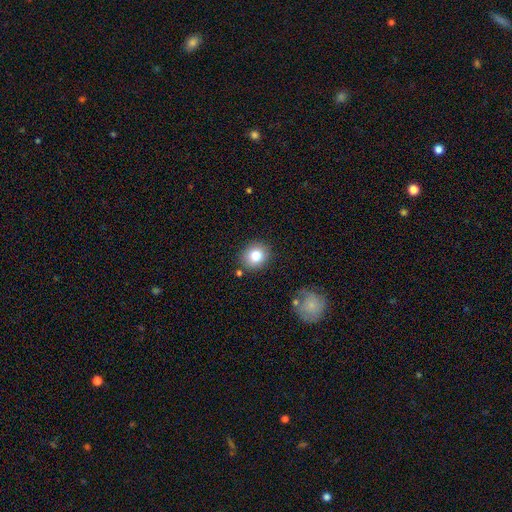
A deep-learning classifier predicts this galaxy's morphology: Q: Smooth or featured?
A: smooth (80%); runner-up: star or artifact (10%)
Q: How rounded?
A: round (80%); runner-up: in between (19%)
Q: Merging?
A: none (84%); runner-up: minor disturbance (10%)